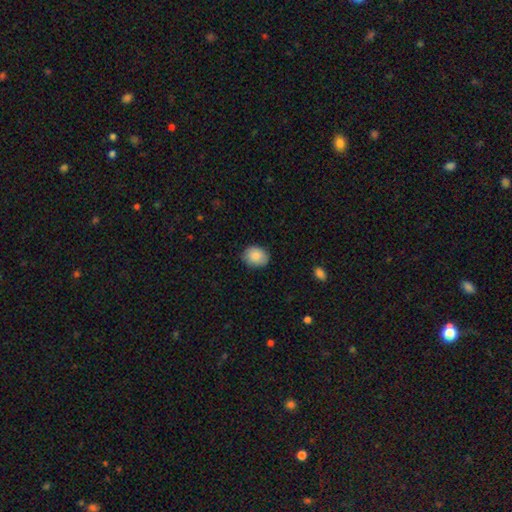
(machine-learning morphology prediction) Smooth or featured?
  - smooth: 87% *
  - star or artifact: 7%
  - featured or disk: 6%
How rounded?
  - round: 53% *
  - in between: 47%
  - cigar-shaped: 1%
Merging?
  - none: 83% *
  - minor disturbance: 13%
  - major disturbance: 2%
  - merger: 1%